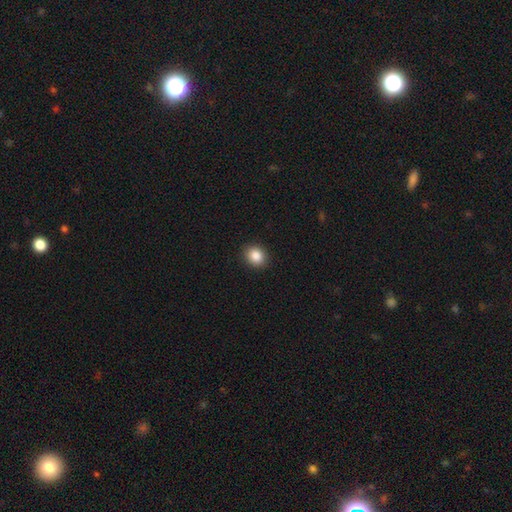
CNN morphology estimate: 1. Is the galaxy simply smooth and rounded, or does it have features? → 87% smooth, 9% star or artifact, 4% featured or disk.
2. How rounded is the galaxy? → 67% round, 32% in between, 1% cigar-shaped.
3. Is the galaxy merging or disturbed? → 91% none, 6% minor disturbance, 2% major disturbance, 1% merger.